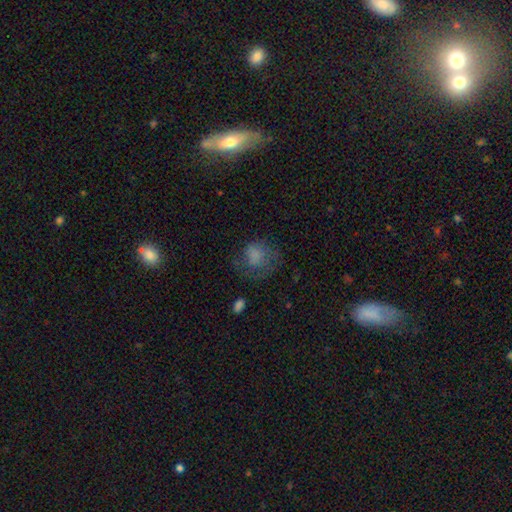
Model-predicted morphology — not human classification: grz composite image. It shows a smooth galaxy with no disk features (69%) that is round (67%). Merging: none (44%).